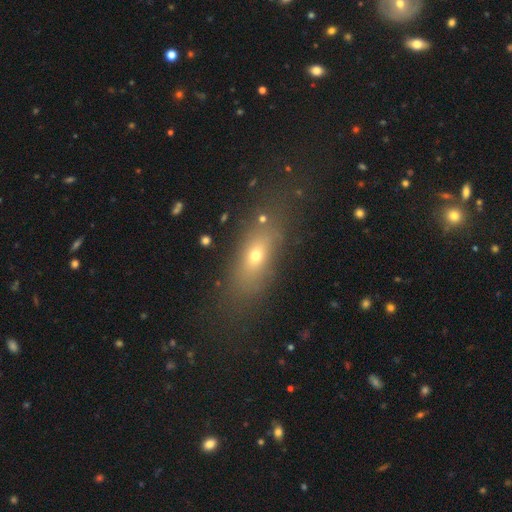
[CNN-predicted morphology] smooth_or_featured: smooth (p=0.62) [alt: featured or disk p=0.22]
how_rounded: in between (p=0.62) [alt: cigar-shaped p=0.27]
merging: none (p=0.74) [alt: minor disturbance p=0.13]